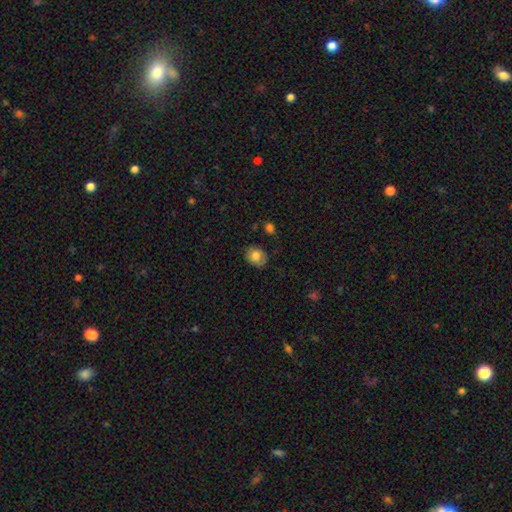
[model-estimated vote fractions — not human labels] Smooth or featured? Predicted: smooth (p=0.77). How rounded? Predicted: round (p=0.51). Merging? Predicted: none (p=0.81).